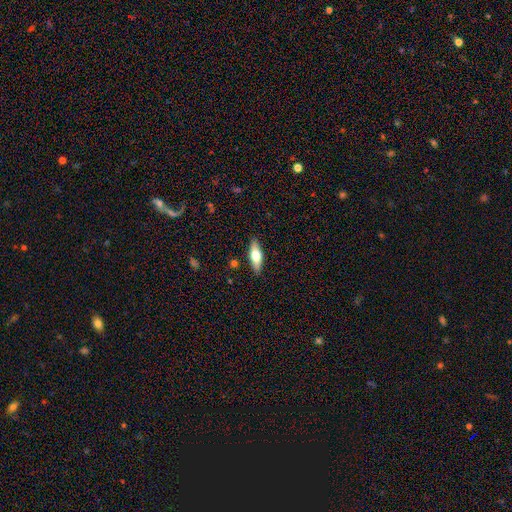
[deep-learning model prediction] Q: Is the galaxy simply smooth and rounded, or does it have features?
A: smooth — 54%.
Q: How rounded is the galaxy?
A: in between — 57%.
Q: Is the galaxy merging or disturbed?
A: none — 88%.